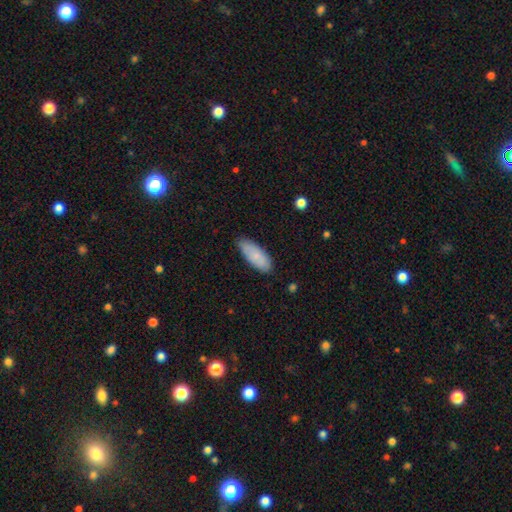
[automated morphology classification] Smooth or featured? Predicted: smooth (p=0.82). How rounded? Predicted: in between (p=0.81). Merging? Predicted: none (p=0.80).